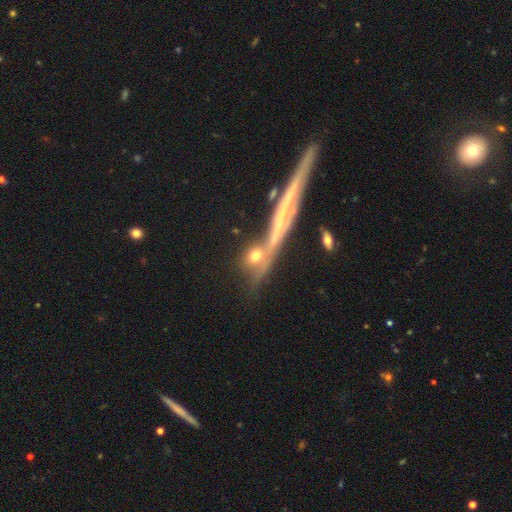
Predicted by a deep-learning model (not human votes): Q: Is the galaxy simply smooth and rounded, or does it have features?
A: smooth — 58%.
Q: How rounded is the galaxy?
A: round — 62%.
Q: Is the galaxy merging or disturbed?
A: none — 51%.